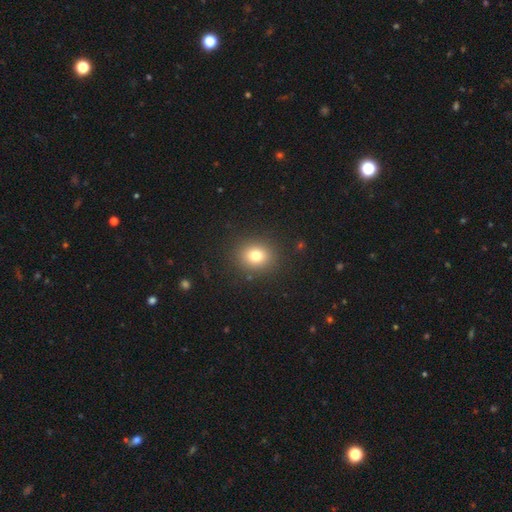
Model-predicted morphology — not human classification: Smooth or featured: smooth — 77% (star or artifact — 13%)
How rounded: round — 74% (in between — 25%)
Merging: none — 89% (minor disturbance — 7%)